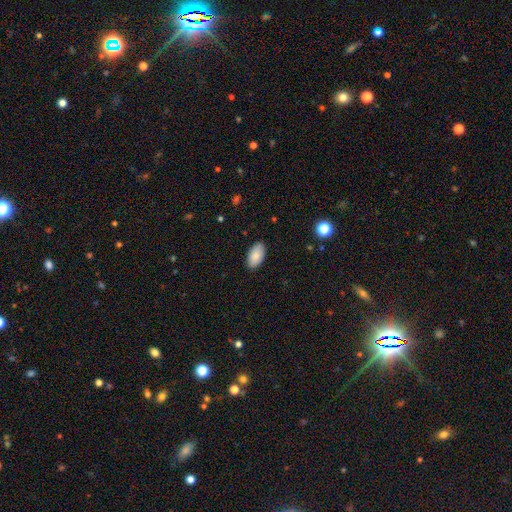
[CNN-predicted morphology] Q: Smooth or featured?
A: smooth (86%); runner-up: featured or disk (7%)
Q: How rounded?
A: in between (95%); runner-up: round (3%)
Q: Merging?
A: none (88%); runner-up: minor disturbance (9%)